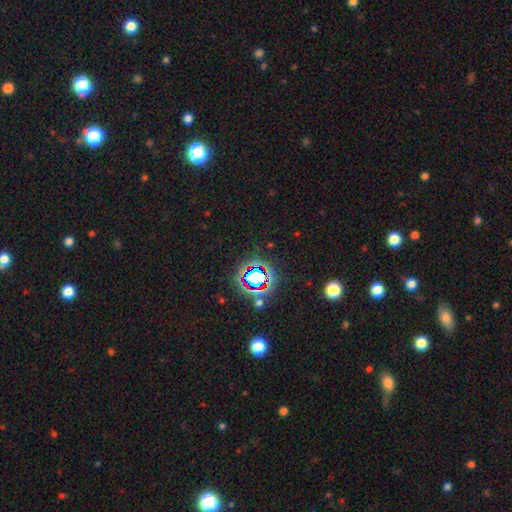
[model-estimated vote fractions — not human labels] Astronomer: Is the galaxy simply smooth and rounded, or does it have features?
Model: star or artifact — 78%.